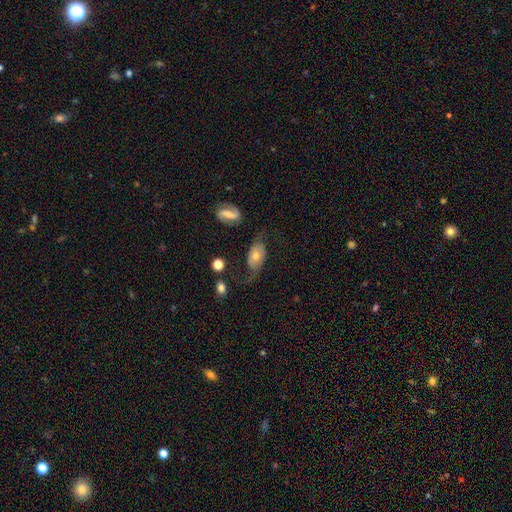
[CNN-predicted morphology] Smooth or featured? smooth (47%)
Merging? none (44%)